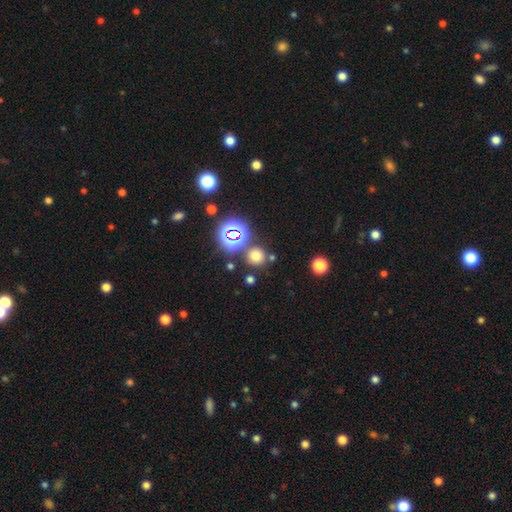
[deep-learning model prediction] smooth_or_featured: smooth (p=0.66) [alt: star or artifact p=0.27]
how_rounded: round (p=0.91) [alt: in between p=0.08]
merging: none (p=0.79) [alt: merger p=0.10]